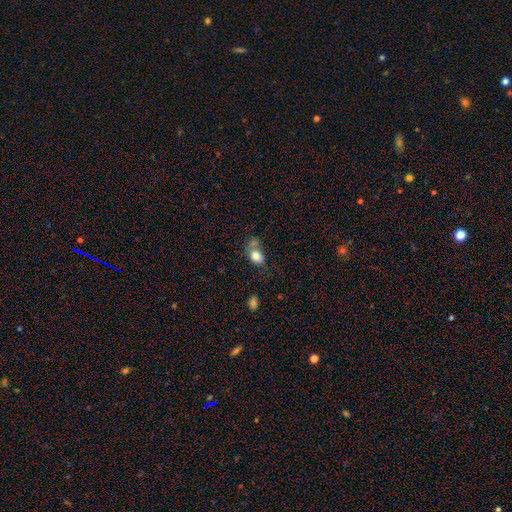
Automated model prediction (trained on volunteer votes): The model was most divided on "merging": none: 37%, minor disturbance: 24%, merger: 24%, major disturbance: 14%. More confident: smooth or featured — smooth (80%); how rounded — in between (68%).